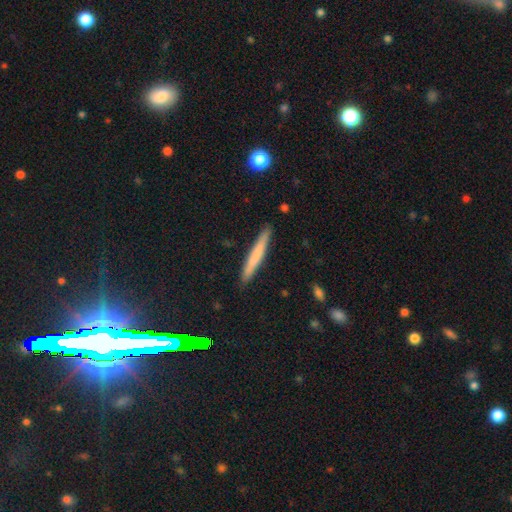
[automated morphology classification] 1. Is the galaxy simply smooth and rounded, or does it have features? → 66% smooth, 27% featured or disk, 7% star or artifact.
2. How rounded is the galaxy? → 96% cigar-shaped, 3% in between, 1% round.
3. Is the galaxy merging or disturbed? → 90% none, 7% minor disturbance, 1% major disturbance, 1% merger.